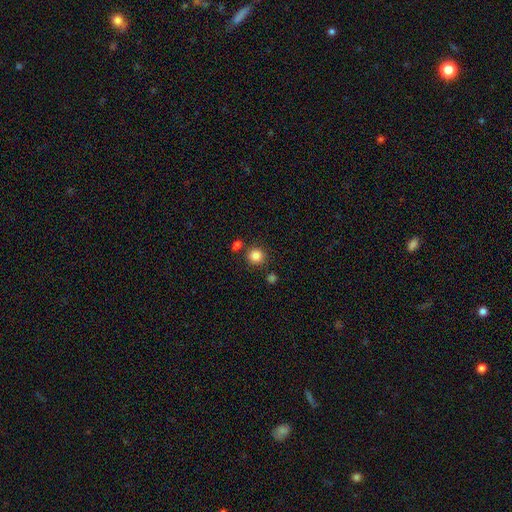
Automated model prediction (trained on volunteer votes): Overall: smooth (84%). How rounded: round (92%). Merging: none (80%).